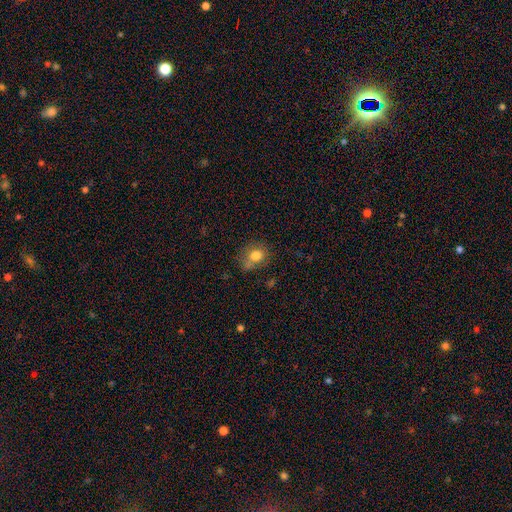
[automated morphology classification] This is likely a smooth galaxy (78%). How rounded: likely round (64%). Merging: possibly none (54%).